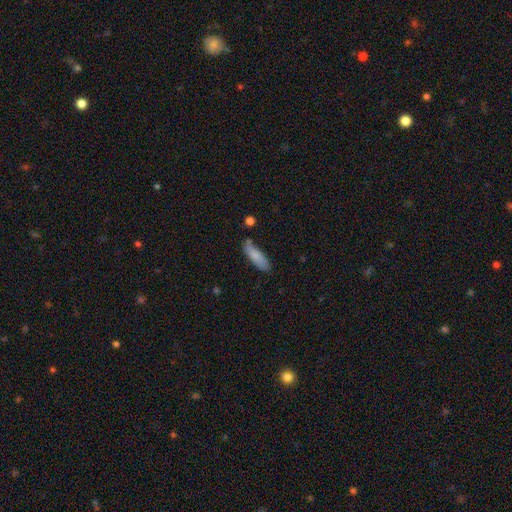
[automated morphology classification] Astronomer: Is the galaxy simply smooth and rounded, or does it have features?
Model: smooth — 81%.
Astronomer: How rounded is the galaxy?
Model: cigar-shaped — 50% (runner-up: in between, 48%).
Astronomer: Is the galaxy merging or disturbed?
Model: none — 68%.